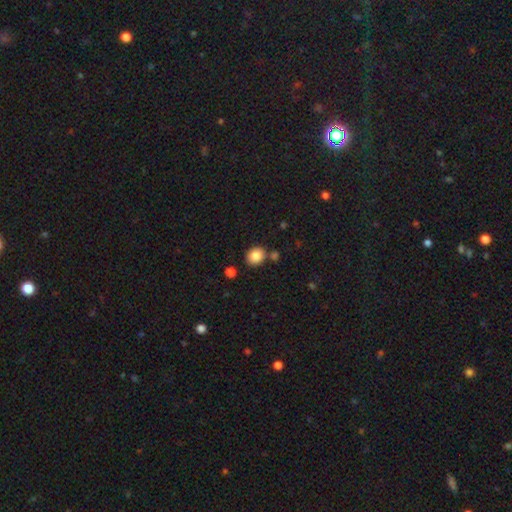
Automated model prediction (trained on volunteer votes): Smooth or featured? smooth (84%)
How rounded? round (64%)
Merging? none (77%)